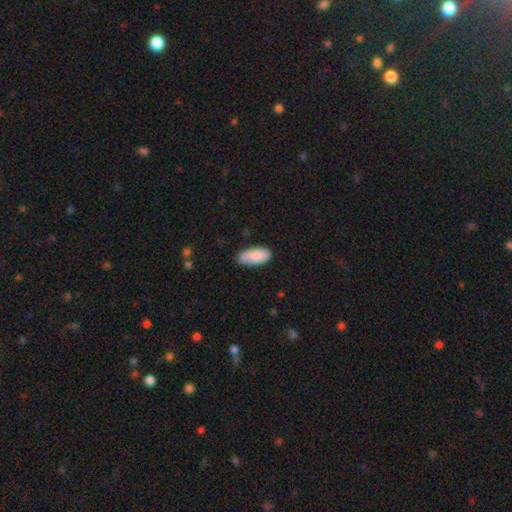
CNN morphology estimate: Overall: smooth (79%). How rounded: in between (91%). Merging: none (60%; minor disturbance 30%).